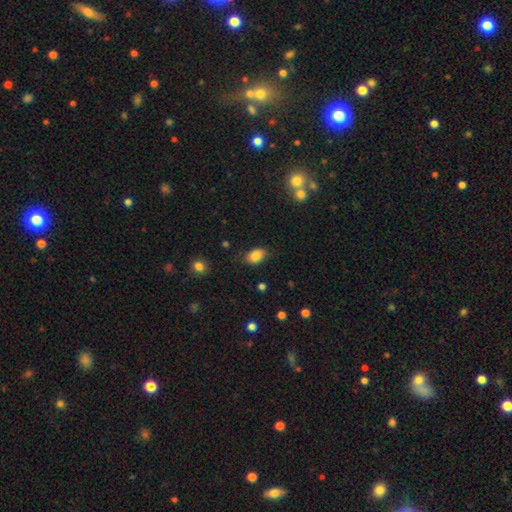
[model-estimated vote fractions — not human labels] Smooth or featured: smooth — 85% (star or artifact — 9%)
How rounded: in between — 86% (round — 13%)
Merging: none — 79% (minor disturbance — 16%)